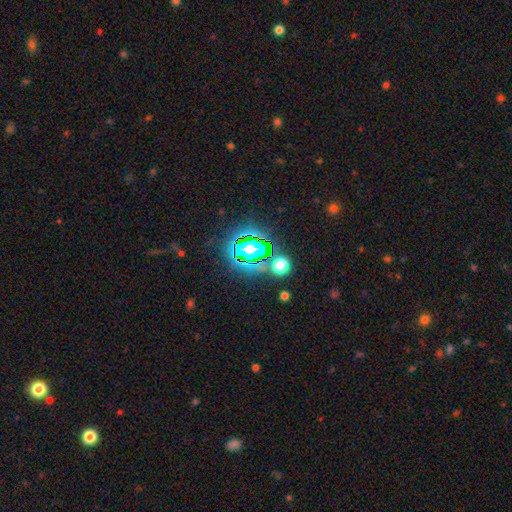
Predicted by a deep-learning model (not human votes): This is likely a star or artifact rather than a galaxy (77%).